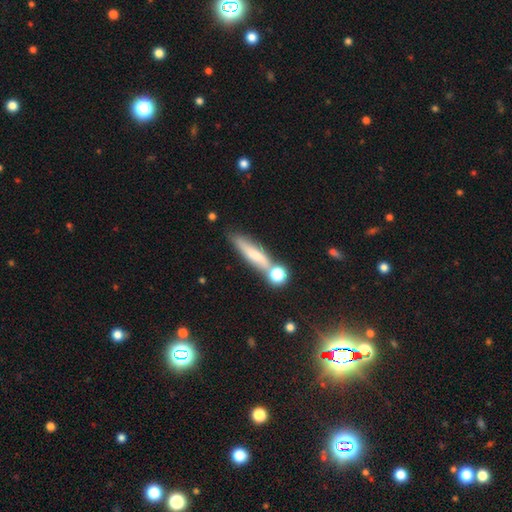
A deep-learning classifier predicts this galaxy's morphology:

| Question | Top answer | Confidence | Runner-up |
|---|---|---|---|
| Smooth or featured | smooth | 58% | featured or disk (33%) |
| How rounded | cigar-shaped | 75% | in between (20%) |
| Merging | none | 58% | merger (20%) |